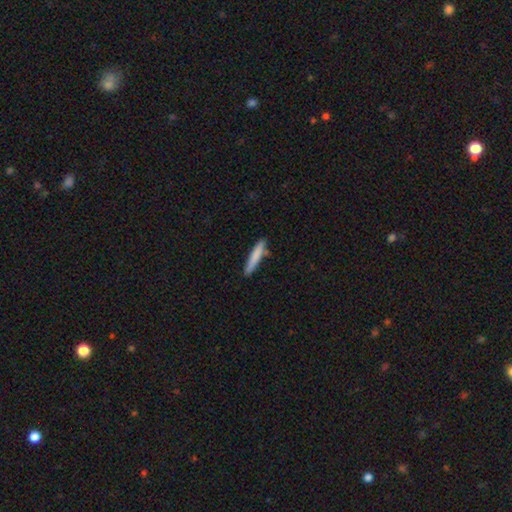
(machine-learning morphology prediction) smooth-or-featured: smooth: 80% | featured or disk: 15% | star or artifact: 6%
  how-rounded: cigar-shaped: 92% | in between: 7% | round: 1%
  merging: none: 81% | minor disturbance: 13% | merger: 4% | major disturbance: 2%